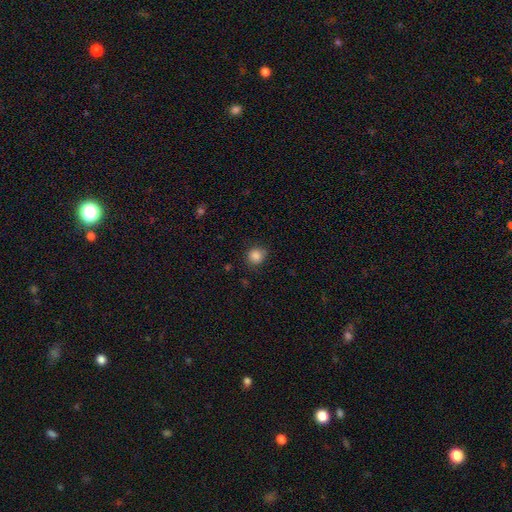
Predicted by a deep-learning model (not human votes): A smooth galaxy with no disk features (85%) that is round (87%). Merging: none (80%).